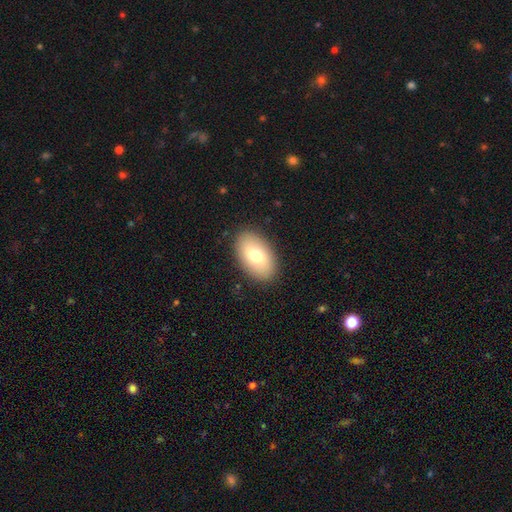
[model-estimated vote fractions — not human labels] Overall: smooth (73%). How rounded: in between (93%). Merging: none (88%).